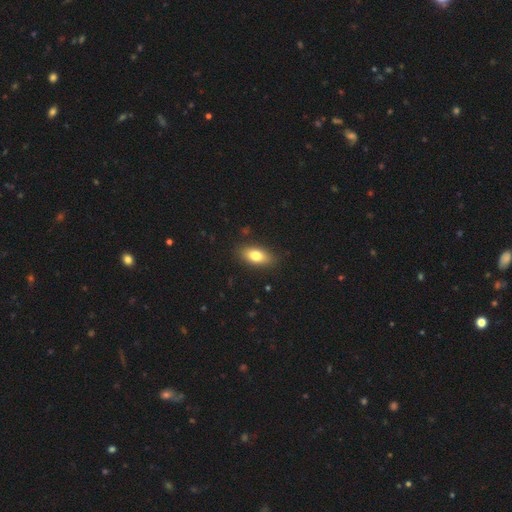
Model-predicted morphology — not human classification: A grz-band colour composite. It shows a smooth galaxy with no disk features (77%) that is in between round and cigar-shaped (86%). Merging: none (86%).